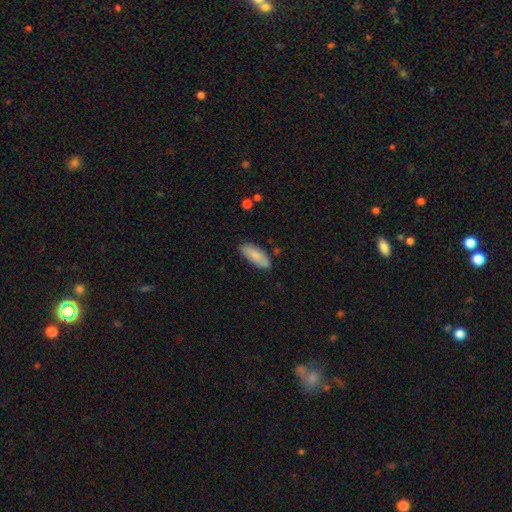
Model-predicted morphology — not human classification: smooth 82%, featured or disk 12%, star or artifact 6%. Down the decision tree: how rounded — in between (76%); merging — none (83%).